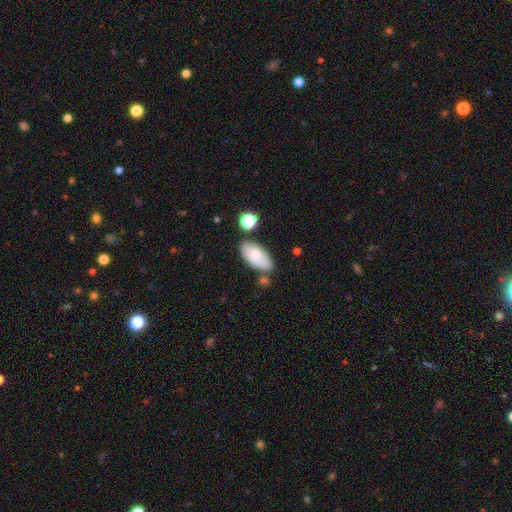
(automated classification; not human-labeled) This appears to be a smooth galaxy with no disk features (76%) that is in between round and cigar-shaped (92%). Merging: none (69%).